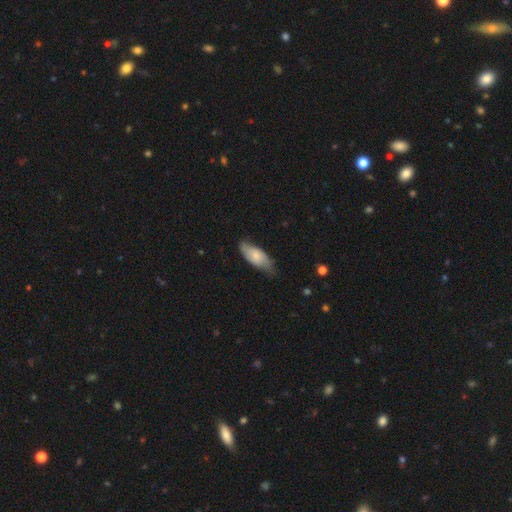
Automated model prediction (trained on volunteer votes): Smooth or featured? smooth (63%)
How rounded? in between (82%)
Merging? none (60%)